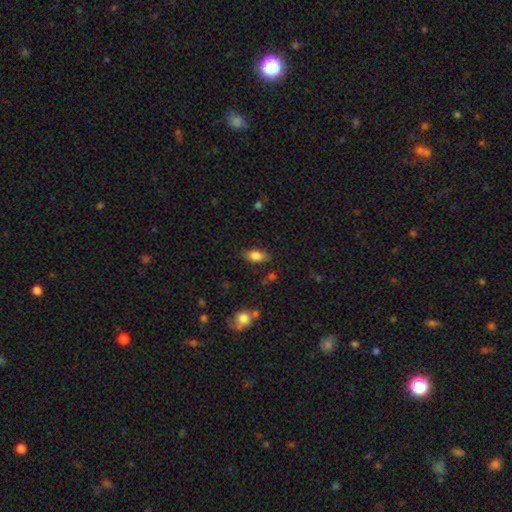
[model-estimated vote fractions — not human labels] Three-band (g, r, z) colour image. It shows a smooth galaxy with no disk features (82%) that is in between round and cigar-shaped (88%). Merging: none (81%).